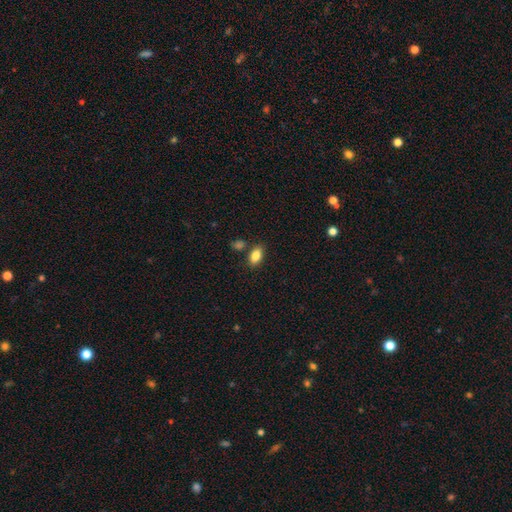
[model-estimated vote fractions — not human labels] This is clearly a smooth galaxy (85%). How rounded: clearly in between (89%). Merging: likely none (78%).